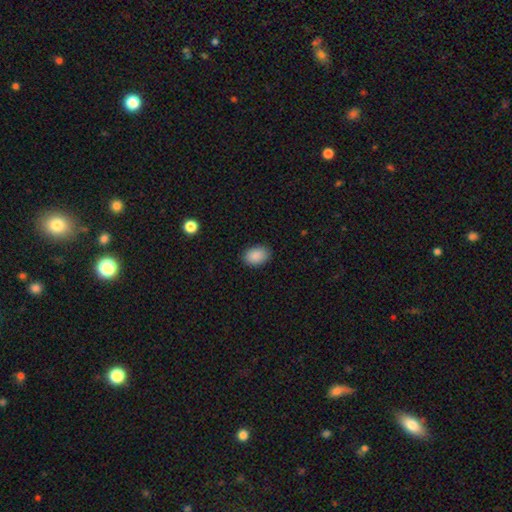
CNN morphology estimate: Q: Smooth or featured?
A: smooth (89%); runner-up: star or artifact (8%)
Q: How rounded?
A: in between (80%); runner-up: round (19%)
Q: Merging?
A: none (87%); runner-up: minor disturbance (10%)